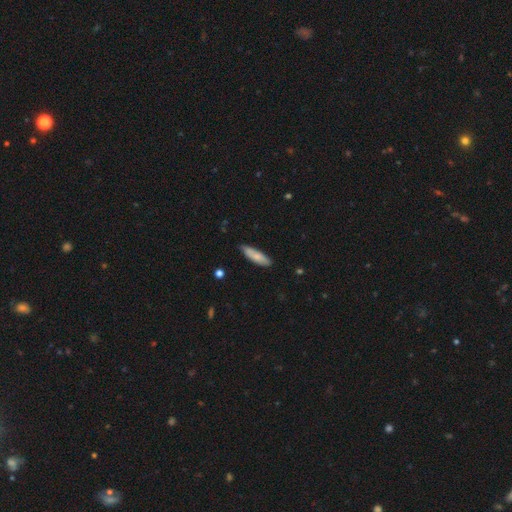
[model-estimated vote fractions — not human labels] smooth_or_featured: smooth (p=0.77) [alt: featured or disk p=0.17]
how_rounded: cigar-shaped (p=0.61) [alt: in between p=0.38]
merging: none (p=0.80) [alt: minor disturbance p=0.17]